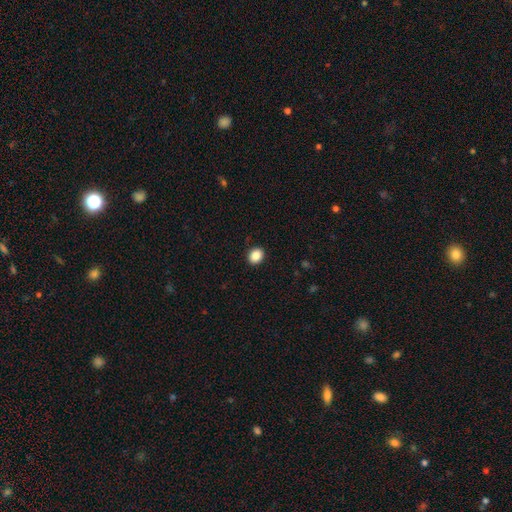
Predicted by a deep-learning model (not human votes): A smooth galaxy with no disk features (88%) that is round (55%). Merging: none (91%).